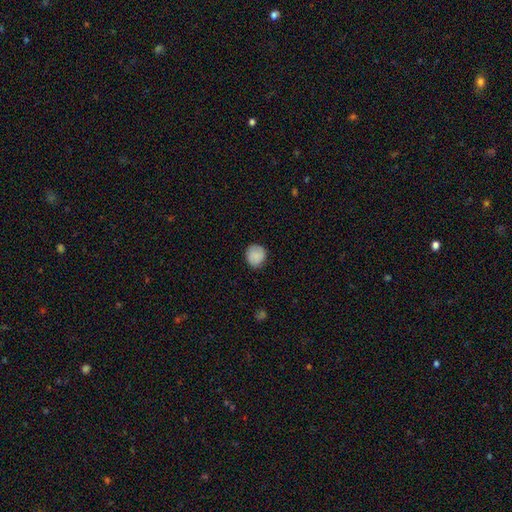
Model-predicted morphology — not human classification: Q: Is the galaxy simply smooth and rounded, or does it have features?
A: smooth — 86%.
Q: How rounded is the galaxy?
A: round — 87%.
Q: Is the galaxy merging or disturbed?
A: none — 84%.